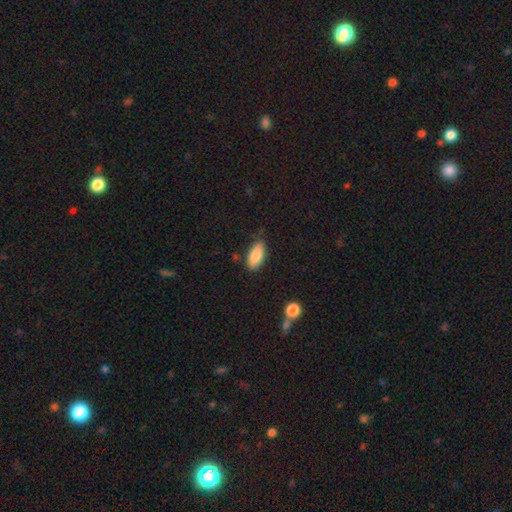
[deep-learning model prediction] smooth-or-featured: smooth: 86% | featured or disk: 7% | star or artifact: 7%
  how-rounded: in between: 88% | cigar-shaped: 10% | round: 2%
  merging: none: 74% | minor disturbance: 20% | major disturbance: 4% | merger: 3%